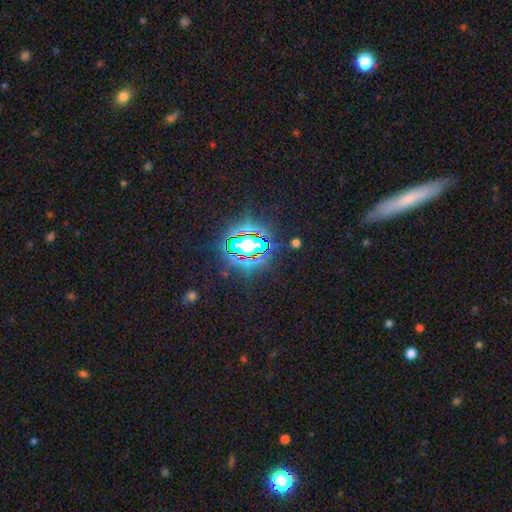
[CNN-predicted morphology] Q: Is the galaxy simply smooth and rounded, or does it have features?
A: star or artifact — 78%.